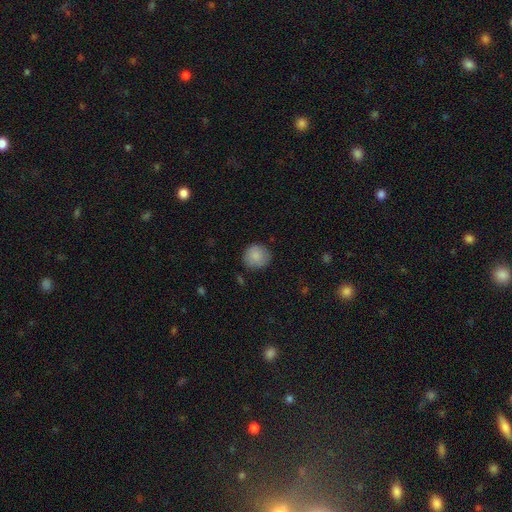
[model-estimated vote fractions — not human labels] smooth-or-featured: smooth: 86% | star or artifact: 7% | featured or disk: 7%
  how-rounded: round: 90% | in between: 9% | cigar-shaped: 1%
  merging: none: 80% | minor disturbance: 15% | major disturbance: 3% | merger: 2%